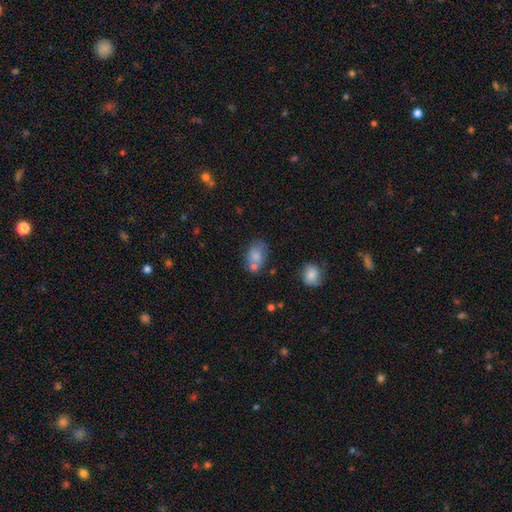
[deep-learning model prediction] Smooth or featured: smooth — 77% (featured or disk — 13%)
How rounded: in between — 77% (round — 22%)
Merging: none — 51% (merger — 22%)